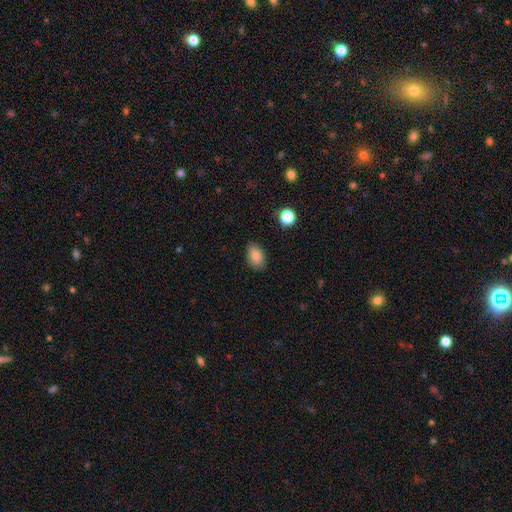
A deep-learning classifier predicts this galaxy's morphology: This appears to be a smooth galaxy with no disk features (85%) that is in between round and cigar-shaped (87%). Merging: none (83%).